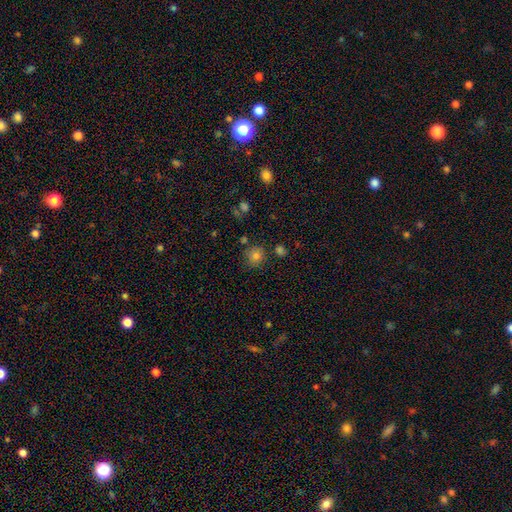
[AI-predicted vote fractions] Overall: smooth (78%). How rounded: round (90%). Merging: none (79%).